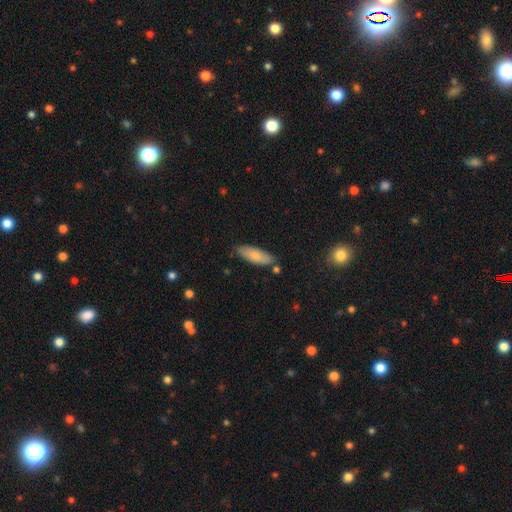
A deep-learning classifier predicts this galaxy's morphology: Smooth or featured: smooth — 76% (featured or disk — 18%)
How rounded: in between — 65% (cigar-shaped — 33%)
Merging: none — 78% (minor disturbance — 15%)